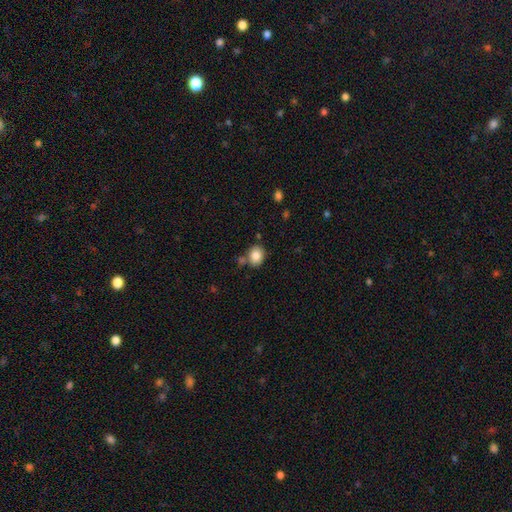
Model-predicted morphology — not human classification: Smooth or featured? smooth (84%)
How rounded? in between (51%)
Merging? none (72%)